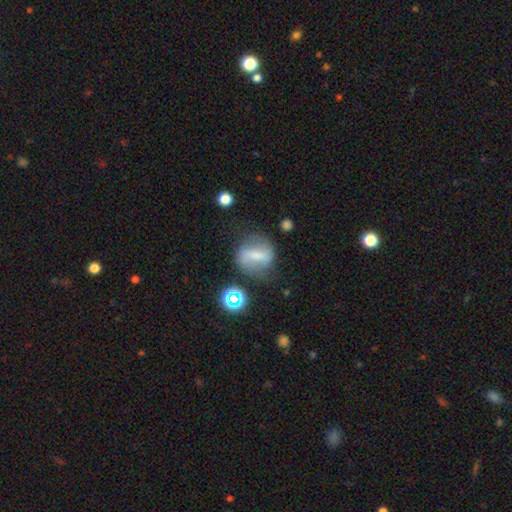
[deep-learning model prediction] Morphology: type=featured or disk (49%); merging=none (63%).